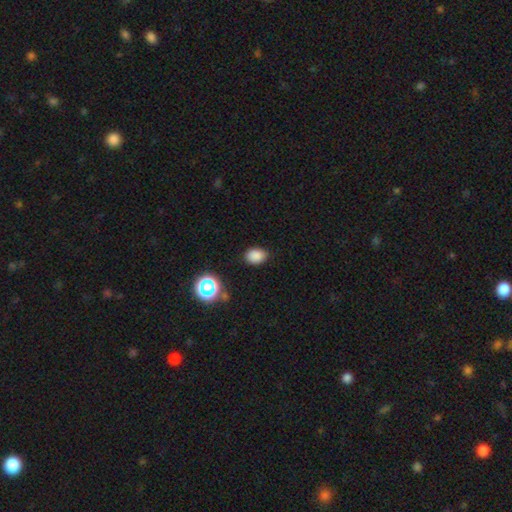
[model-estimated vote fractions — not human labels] Morphology: type=smooth (82%); roundness=in between (63%); merging=none (84%).